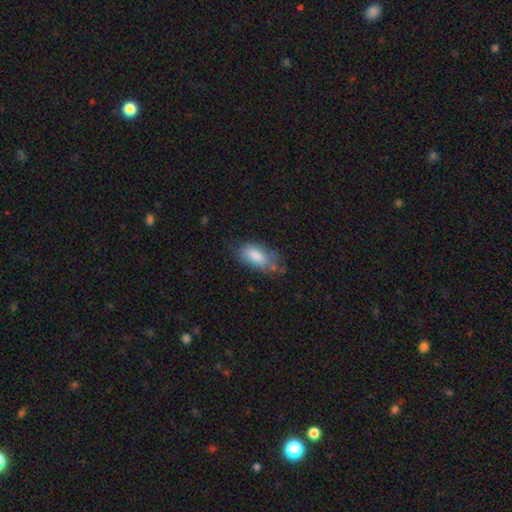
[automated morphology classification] This appears to be a smooth galaxy with no disk features (80%) that is in between round and cigar-shaped (92%). Merging: none (51%).